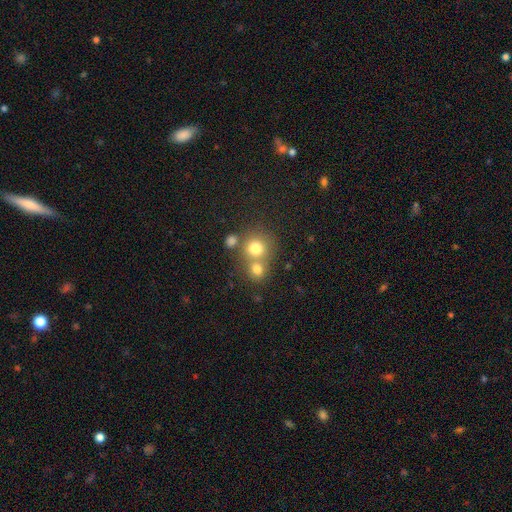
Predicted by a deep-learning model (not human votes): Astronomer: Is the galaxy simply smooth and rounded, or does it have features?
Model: smooth — 65%.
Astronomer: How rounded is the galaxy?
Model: round — 85%.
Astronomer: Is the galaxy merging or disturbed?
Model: none — 47% (runner-up: merger, 44%).